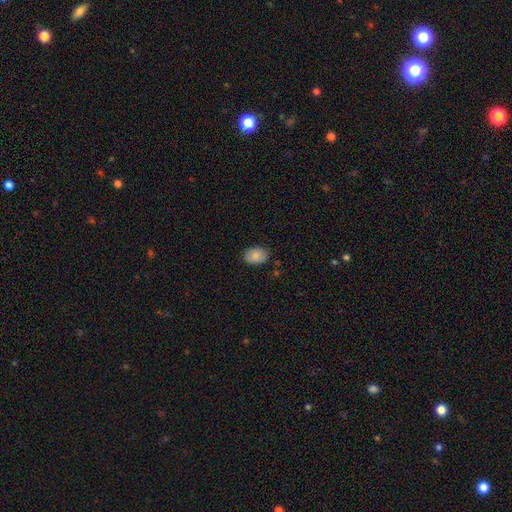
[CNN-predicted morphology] Q: Smooth or featured?
A: smooth (83%); runner-up: featured or disk (10%)
Q: How rounded?
A: in between (81%); runner-up: round (18%)
Q: Merging?
A: none (81%); runner-up: minor disturbance (15%)